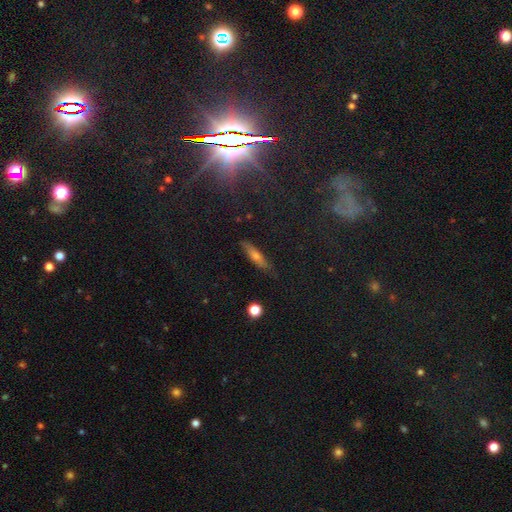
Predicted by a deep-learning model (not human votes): smooth-or-featured: smooth: 54% | featured or disk: 32% | star or artifact: 13%
  how-rounded: cigar-shaped: 79% | in between: 17% | round: 3%
  merging: none: 83% | minor disturbance: 13% | major disturbance: 3% | merger: 2%